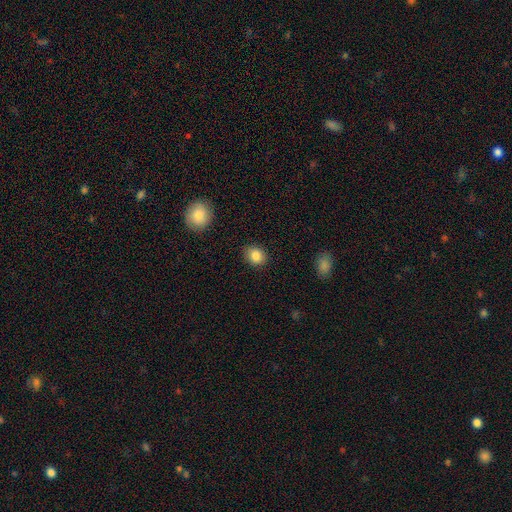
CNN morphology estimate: Overall: smooth (85%). How rounded: round (58%; in between 41%). Merging: none (87%).